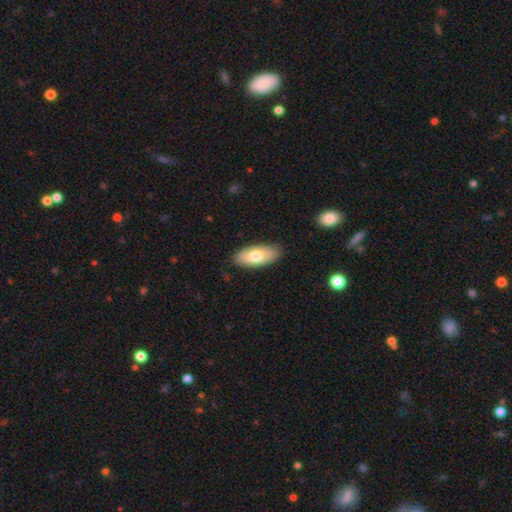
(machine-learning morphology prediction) type=smooth (74%); roundness=in between (88%); merging=none (85%).